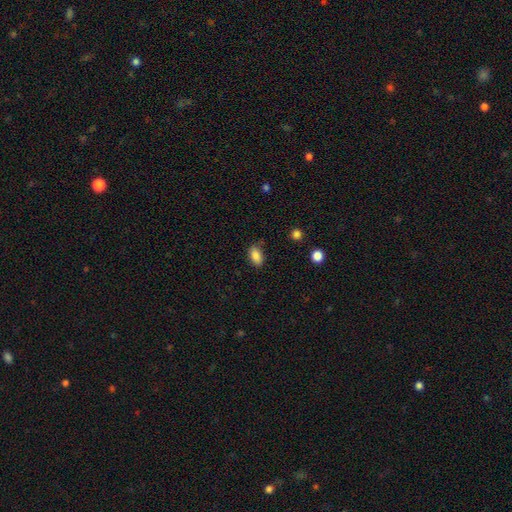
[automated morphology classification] A smooth galaxy with no disk features (86%) that is in between round and cigar-shaped (90%). Merging: none (79%).